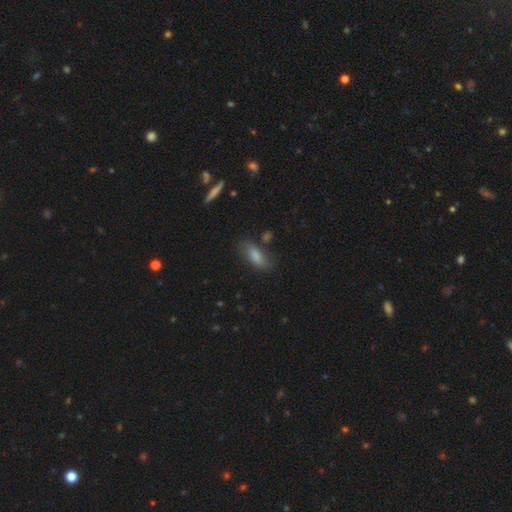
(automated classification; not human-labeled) Morphology: type=smooth (79%); roundness=in between (71%); merging=none (68%).